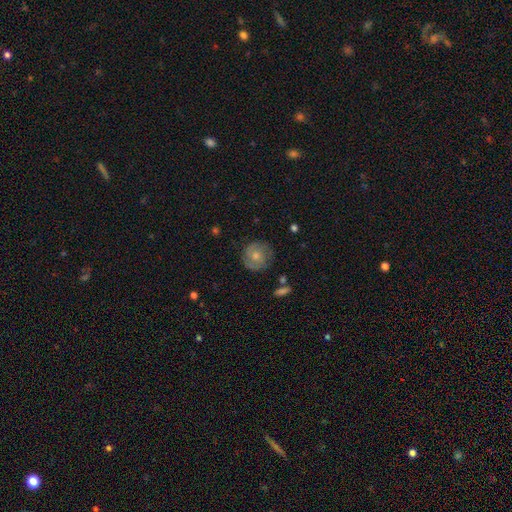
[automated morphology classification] Smooth or featured: smooth — 52% (featured or disk — 41%)
How rounded: round — 89% (in between — 10%)
Merging: none — 76% (minor disturbance — 17%)